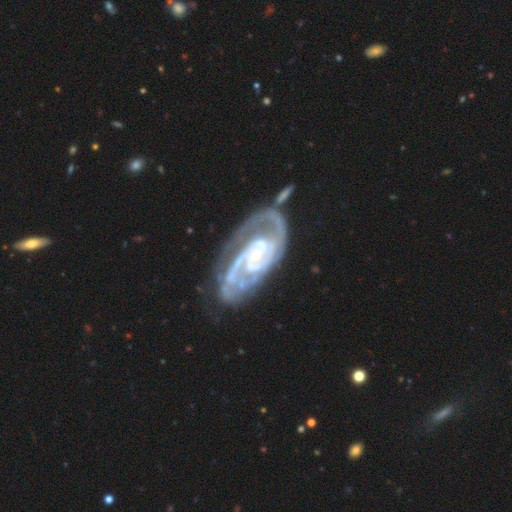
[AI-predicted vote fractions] Smooth or featured?
  - featured or disk: 91% *
  - star or artifact: 5%
  - smooth: 4%
Edge-on disk?
  - no: 97% *
  - yes: 3%
Bar?
  - no: 58% *
  - weak: 30%
  - strong: 12%
Spiral arms?
  - yes: 97% *
  - no: 3%
Spiral winding?
  - tight: 54% *
  - medium: 39%
  - loose: 7%
Spiral arm count?
  - 2: 63% *
  - 3: 14%
  - can't tell: 11%
  - 1: 4%
  - 4: 4%
  - more than 4: 3%
Bulge size?
  - small: 71% *
  - moderate: 21%
  - none: 4%
  - large: 2%
  - dominant: 1%
Merging?
  - none: 58% *
  - minor disturbance: 21%
  - major disturbance: 15%
  - merger: 6%